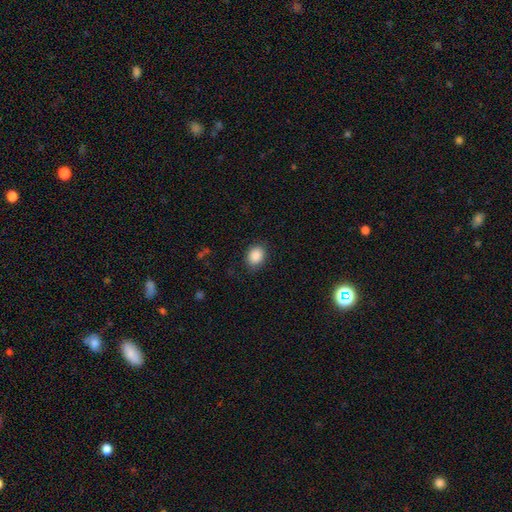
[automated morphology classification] A smooth galaxy with no disk features (88%) that is in between round and cigar-shaped (58%). Merging: none (83%).